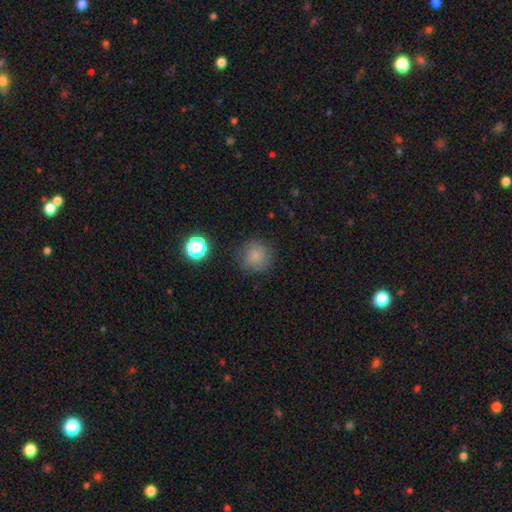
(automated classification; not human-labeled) This is likely a smooth galaxy (78%). How rounded: clearly round (91%). Merging: likely none (77%).